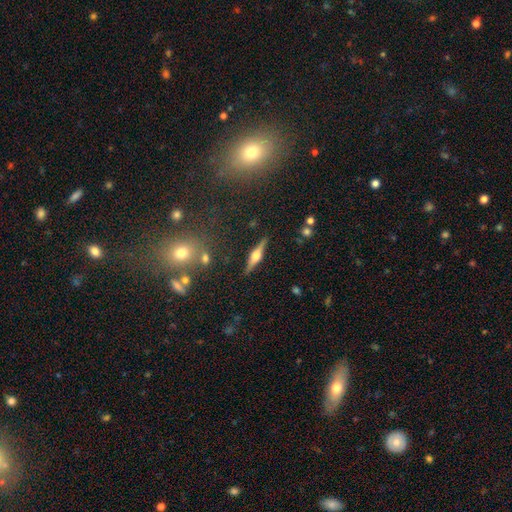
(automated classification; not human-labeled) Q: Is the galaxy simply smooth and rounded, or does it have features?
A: featured or disk — 72%.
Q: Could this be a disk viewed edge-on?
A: yes — 97%.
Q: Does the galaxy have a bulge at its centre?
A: rounded — 88%.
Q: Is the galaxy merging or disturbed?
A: none — 88%.